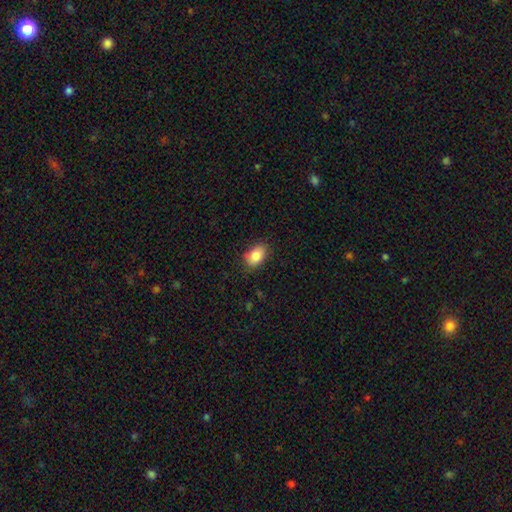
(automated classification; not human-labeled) This is clearly a smooth galaxy (85%). How rounded: clearly in between (85%). Merging: clearly none (81%).